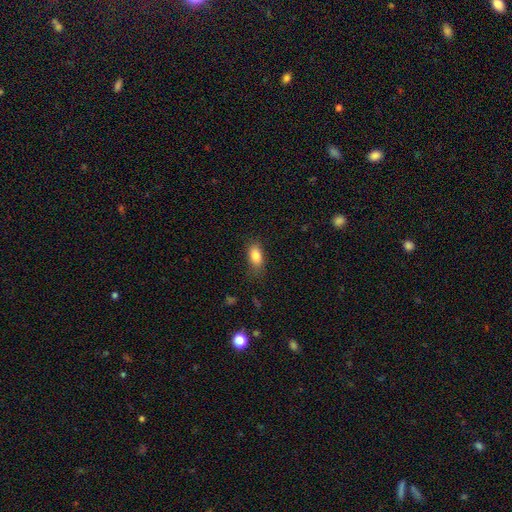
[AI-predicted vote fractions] This appears to be a smooth galaxy with no disk features (84%) that is in between round and cigar-shaped (87%). Merging: none (78%).